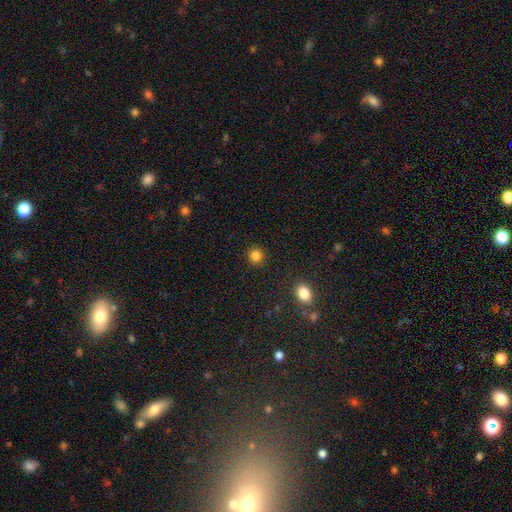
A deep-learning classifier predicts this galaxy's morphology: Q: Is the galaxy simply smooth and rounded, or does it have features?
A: smooth — 84%.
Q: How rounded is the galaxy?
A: round — 92%.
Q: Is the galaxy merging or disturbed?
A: none — 91%.